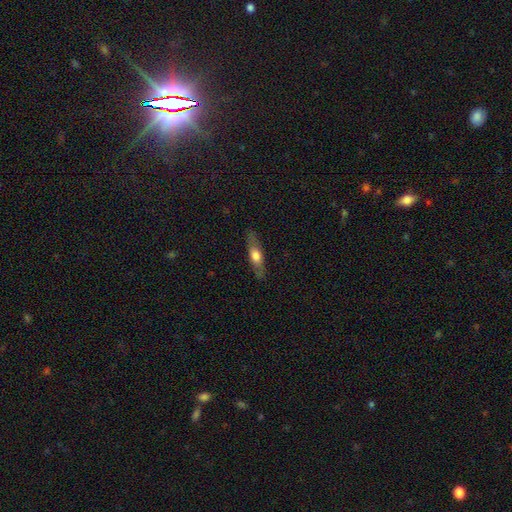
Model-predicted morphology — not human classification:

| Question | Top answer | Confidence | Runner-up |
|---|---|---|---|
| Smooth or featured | smooth | 50% | featured or disk (43%) |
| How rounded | cigar-shaped | 63% | in between (33%) |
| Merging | none | 81% | minor disturbance (14%) |